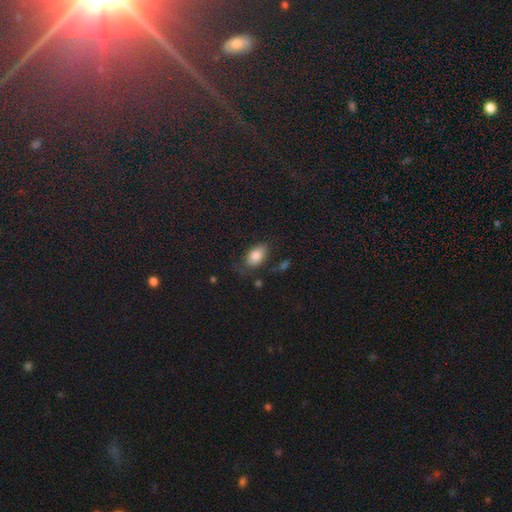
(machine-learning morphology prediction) smooth 83%, featured or disk 9%, star or artifact 8%. Down the decision tree: how rounded — in between (91%); merging — none (68%).